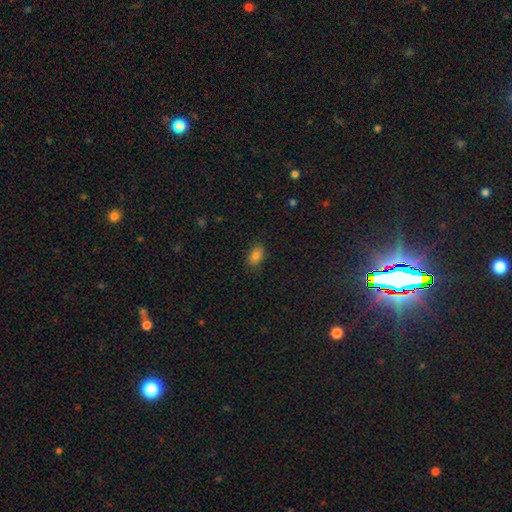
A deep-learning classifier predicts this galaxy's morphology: A smooth galaxy with no disk features (81%) that is in between round and cigar-shaped (88%). Merging: none (84%).